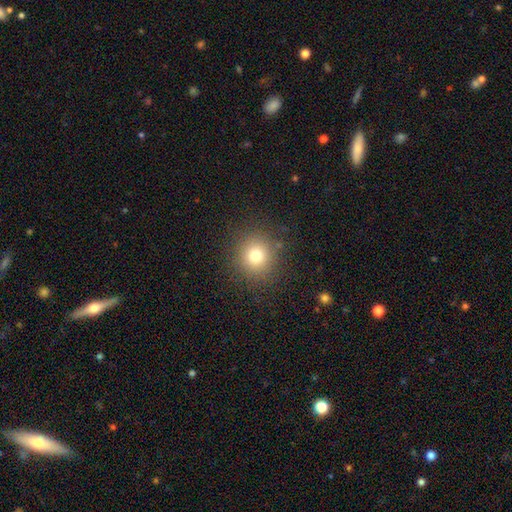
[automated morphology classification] smooth 75%, star or artifact 16%, featured or disk 9%. Down the decision tree: how rounded — round (91%); merging — none (88%).